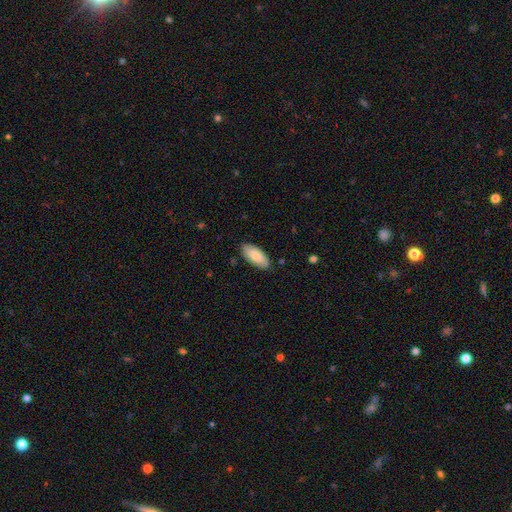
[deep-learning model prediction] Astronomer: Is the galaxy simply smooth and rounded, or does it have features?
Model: smooth — 82%.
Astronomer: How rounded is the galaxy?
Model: in between — 89%.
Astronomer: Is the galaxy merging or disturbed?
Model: none — 84%.